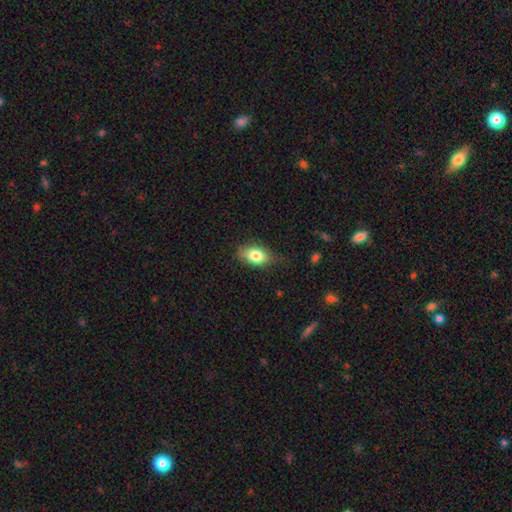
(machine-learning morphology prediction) Smooth or featured?
  - smooth: 79% *
  - featured or disk: 13%
  - star or artifact: 8%
How rounded?
  - in between: 87% *
  - round: 10%
  - cigar-shaped: 4%
Merging?
  - none: 67% *
  - minor disturbance: 26%
  - major disturbance: 6%
  - merger: 1%